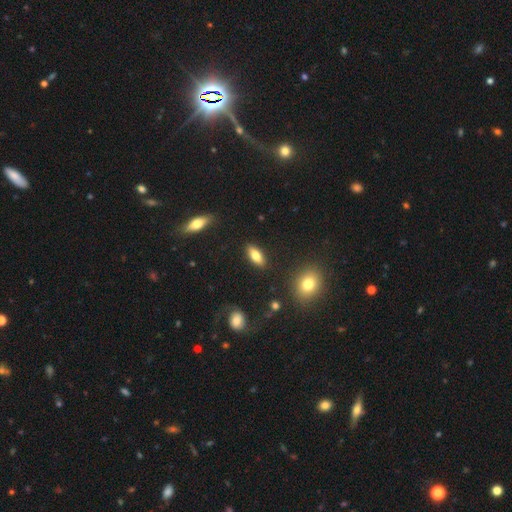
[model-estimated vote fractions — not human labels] A smooth galaxy with no disk features (78%) that is in between round and cigar-shaped (80%). Merging: none (88%).